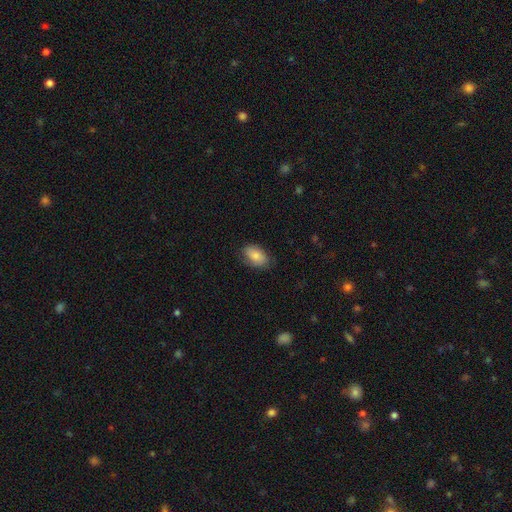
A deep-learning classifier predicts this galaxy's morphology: This appears to be a smooth galaxy with no disk features (83%) that is in between round and cigar-shaped (92%). Merging: none (77%).